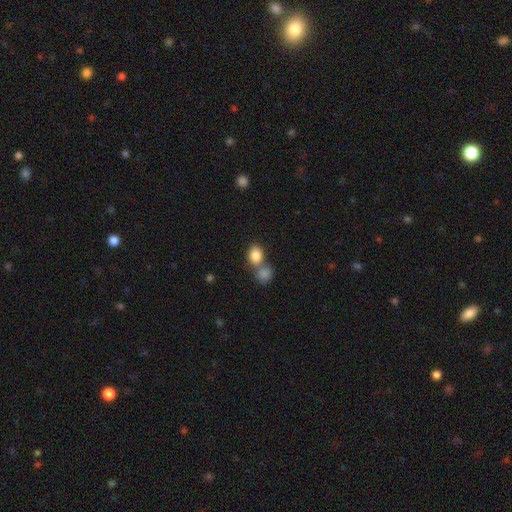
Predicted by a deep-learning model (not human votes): Smooth or featured?
  - smooth: 84% *
  - star or artifact: 9%
  - featured or disk: 7%
How rounded?
  - round: 54% *
  - in between: 45%
  - cigar-shaped: 1%
Merging?
  - merger: 46% *
  - none: 42%
  - minor disturbance: 8%
  - major disturbance: 3%